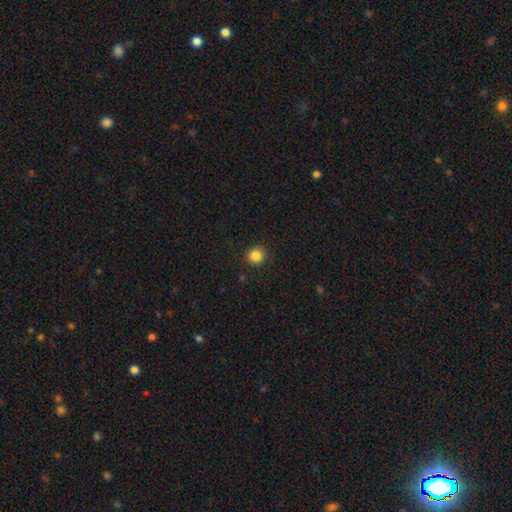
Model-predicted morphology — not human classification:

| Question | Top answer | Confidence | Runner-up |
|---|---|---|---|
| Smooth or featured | smooth | 85% | star or artifact (11%) |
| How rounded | round | 94% | in between (5%) |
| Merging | none | 91% | minor disturbance (6%) |